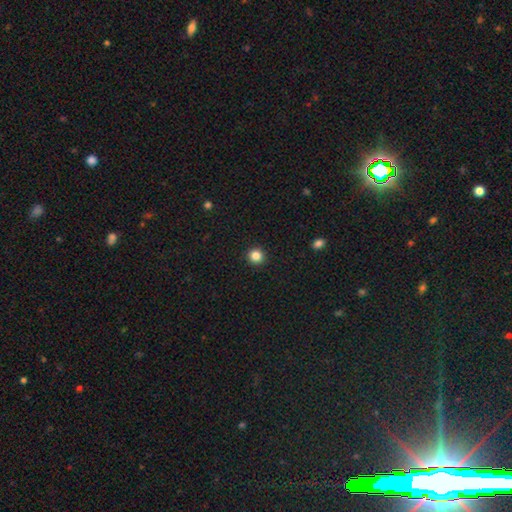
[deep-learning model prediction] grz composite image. It shows a smooth galaxy with no disk features (84%) that is round (95%). Merging: none (93%).